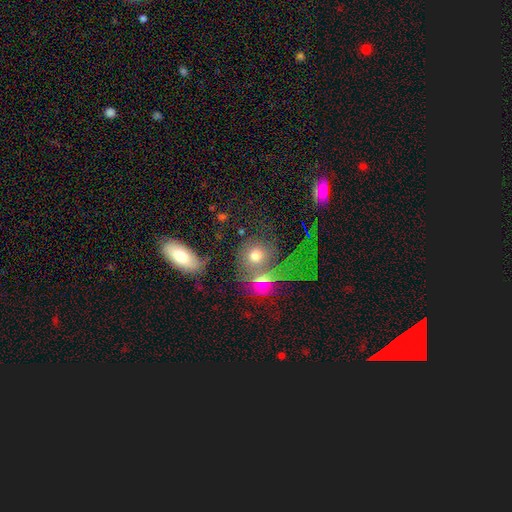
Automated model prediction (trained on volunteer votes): This appears to be a smooth galaxy with no disk features (56%) that is round (73%). Merging: merger (41%).